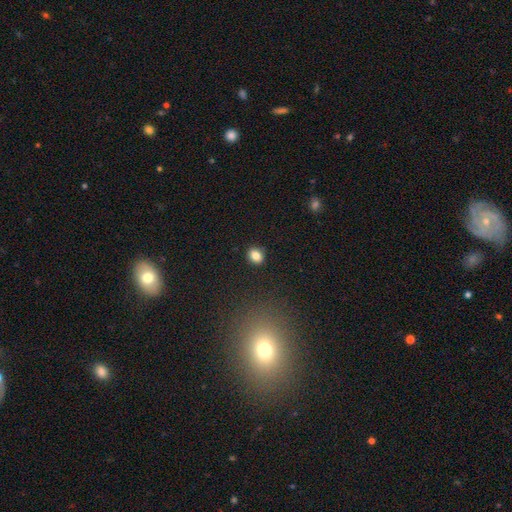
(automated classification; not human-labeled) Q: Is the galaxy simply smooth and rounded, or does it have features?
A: smooth — 84%.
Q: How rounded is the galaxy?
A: round — 55%.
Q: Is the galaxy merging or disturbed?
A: none — 89%.